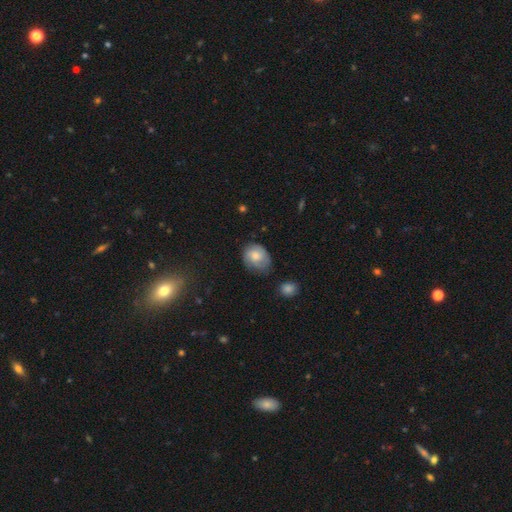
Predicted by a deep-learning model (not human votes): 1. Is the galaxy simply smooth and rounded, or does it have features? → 63% smooth, 29% featured or disk, 8% star or artifact.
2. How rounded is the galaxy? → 51% in between, 48% round, 1% cigar-shaped.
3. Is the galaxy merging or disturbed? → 57% none, 32% minor disturbance, 9% major disturbance, 2% merger.